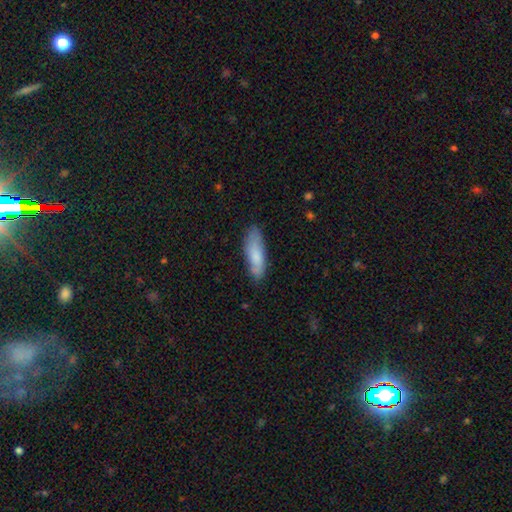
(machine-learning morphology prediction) Smooth or featured?
  - smooth: 79% *
  - featured or disk: 16%
  - star or artifact: 6%
How rounded?
  - in between: 50% *
  - cigar-shaped: 48%
  - round: 2%
Merging?
  - none: 76% *
  - minor disturbance: 19%
  - major disturbance: 4%
  - merger: 2%